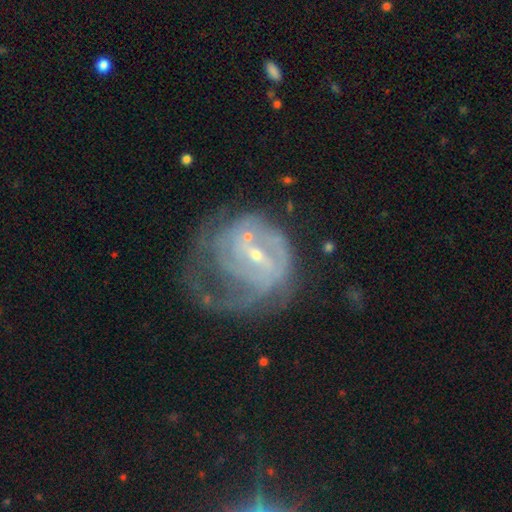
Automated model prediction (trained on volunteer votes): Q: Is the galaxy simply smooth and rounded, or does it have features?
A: featured or disk — 80%.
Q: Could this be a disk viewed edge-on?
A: no — 97%.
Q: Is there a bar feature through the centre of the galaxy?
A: weak — 49%.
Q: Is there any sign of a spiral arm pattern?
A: yes — 81%.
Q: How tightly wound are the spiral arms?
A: tight — 50%.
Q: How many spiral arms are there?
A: can't tell — 41%.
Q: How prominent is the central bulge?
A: small — 75%.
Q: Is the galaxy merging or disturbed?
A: major disturbance — 40%.